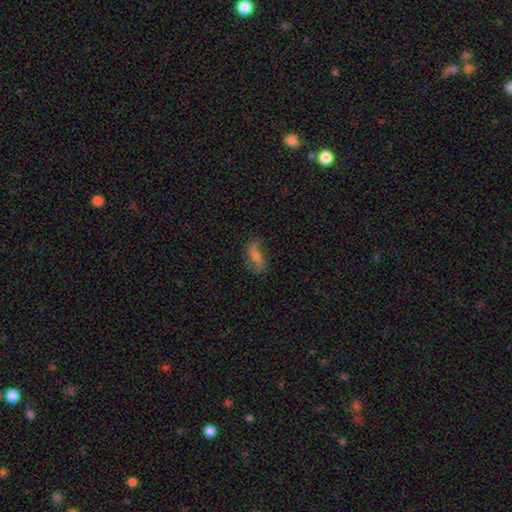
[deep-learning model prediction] This appears to be a featured or disk galaxy (47%). Merging: none (72%).